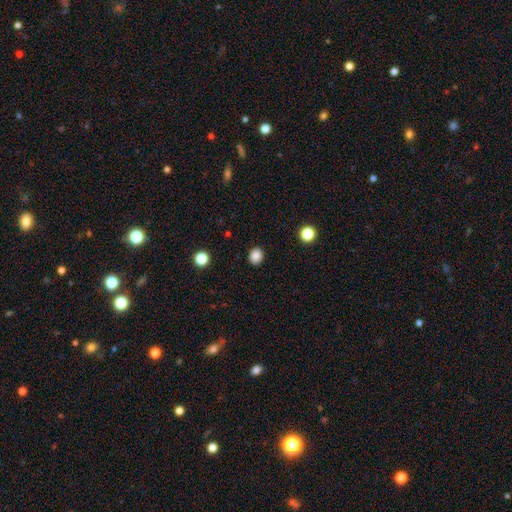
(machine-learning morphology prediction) Smooth or featured? Predicted: smooth (p=0.86). How rounded? Predicted: round (p=0.70). Merging? Predicted: none (p=0.90).